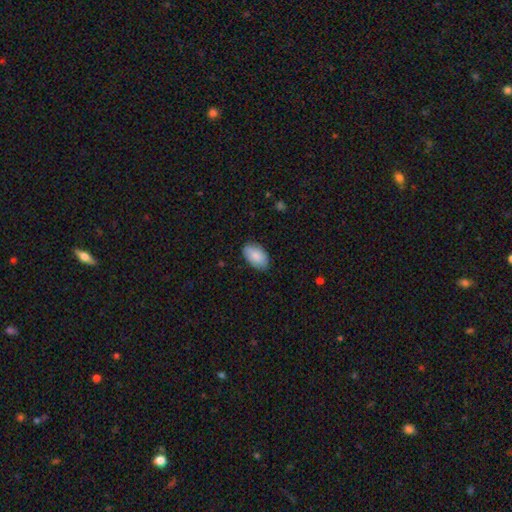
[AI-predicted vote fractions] A smooth galaxy with no disk features (86%) that is in between round and cigar-shaped (94%).

Vote fractions:
- Smooth or featured? smooth: 86% / featured or disk: 8% / star or artifact: 6%
- How rounded? in between: 94% / round: 4% / cigar-shaped: 1%
- Merging? none: 84% / minor disturbance: 13% / major disturbance: 2% / merger: 1%